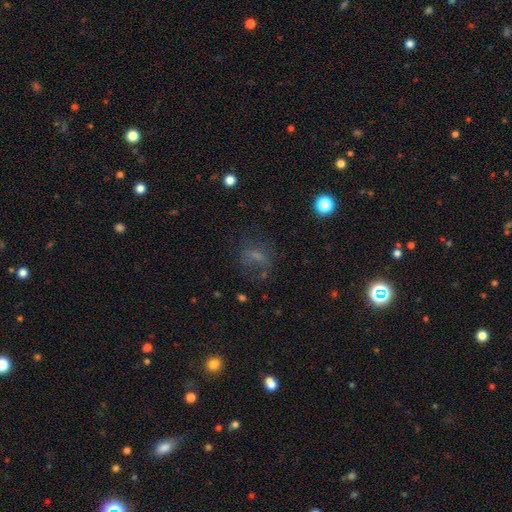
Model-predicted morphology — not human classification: smooth 50%, featured or disk 26%, star or artifact 24%. Down the decision tree: merging — none (51%).